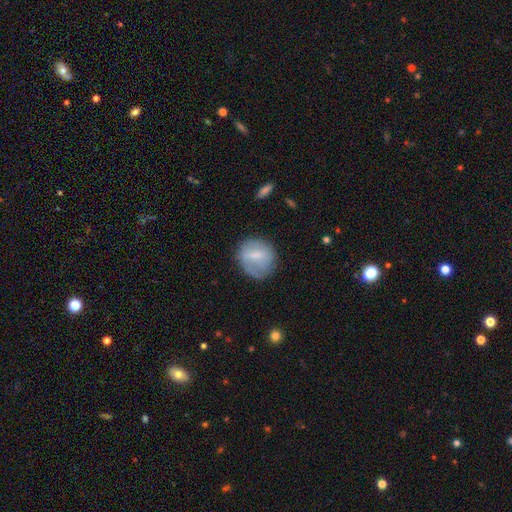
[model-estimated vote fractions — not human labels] This appears to be a smooth galaxy with no disk features (57%) that is round (77%). Merging: none (65%).